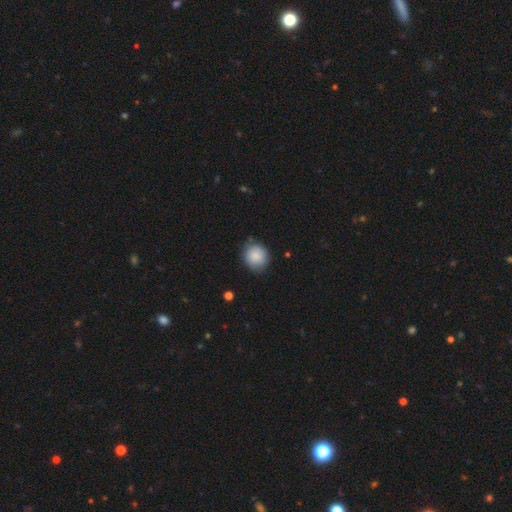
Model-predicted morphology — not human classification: Smooth or featured? smooth (84%)
How rounded? round (84%)
Merging? none (78%)